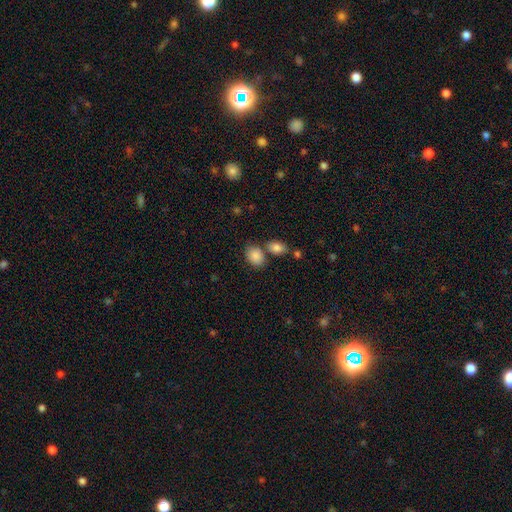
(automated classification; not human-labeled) Q: Smooth or featured?
A: smooth (86%); runner-up: star or artifact (8%)
Q: How rounded?
A: in between (67%); runner-up: round (32%)
Q: Merging?
A: none (63%); runner-up: merger (21%)